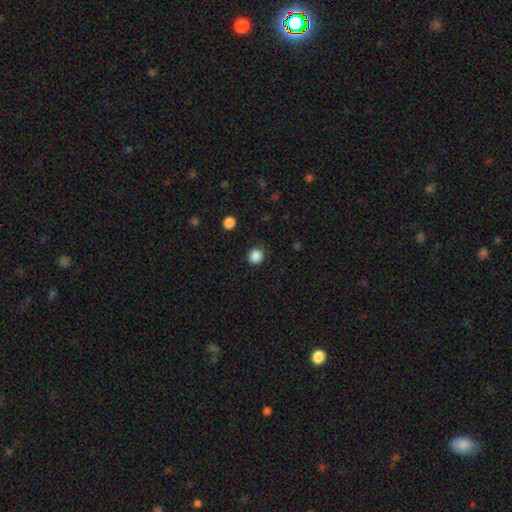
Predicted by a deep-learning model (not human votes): The model was most divided on "smooth or featured": smooth: 87%, star or artifact: 11%, featured or disk: 3%. More confident: how rounded — round (92%); merging — none (89%).